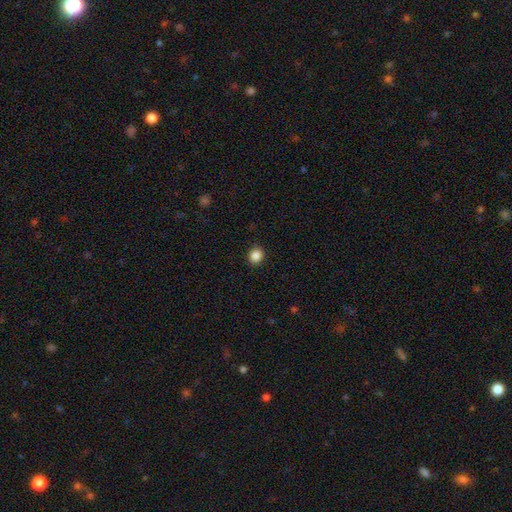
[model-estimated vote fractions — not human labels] Overall: smooth (86%). How rounded: round (78%). Merging: none (91%).